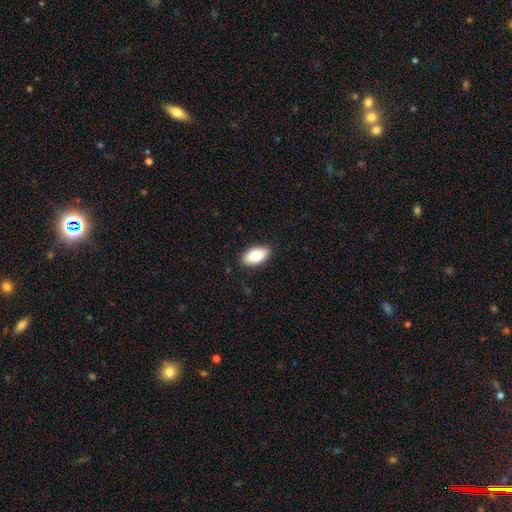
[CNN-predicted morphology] Smooth or featured?
  - smooth: 79% *
  - featured or disk: 14%
  - star or artifact: 7%
How rounded?
  - in between: 93% *
  - round: 4%
  - cigar-shaped: 4%
Merging?
  - none: 89% *
  - minor disturbance: 8%
  - major disturbance: 2%
  - merger: 1%